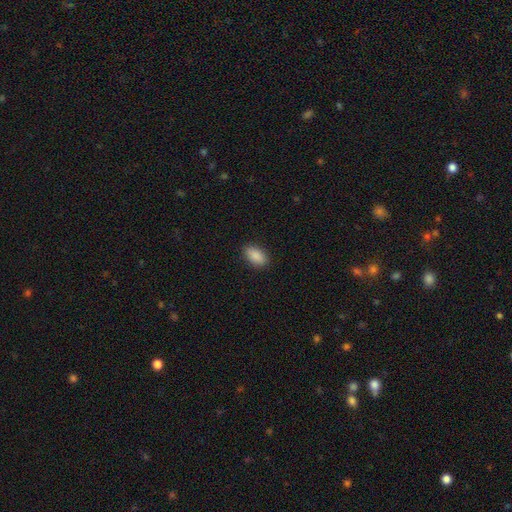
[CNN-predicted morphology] smooth-or-featured: smooth: 90% | star or artifact: 7% | featured or disk: 3%
  how-rounded: in between: 93% | round: 4% | cigar-shaped: 3%
  merging: none: 89% | minor disturbance: 8% | major disturbance: 2% | merger: 1%